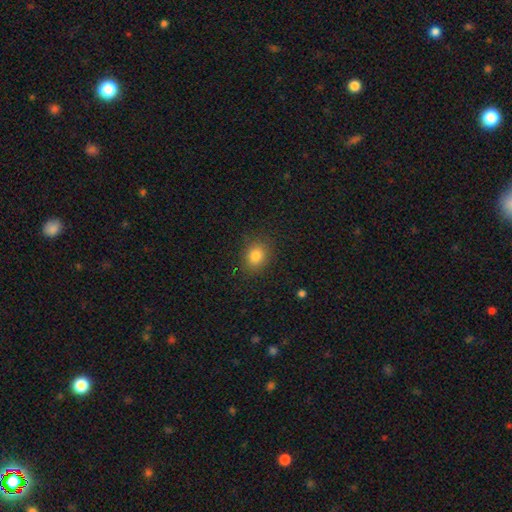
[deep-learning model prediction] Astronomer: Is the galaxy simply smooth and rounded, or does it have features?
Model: smooth — 83%.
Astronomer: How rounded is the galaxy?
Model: round — 61% (runner-up: in between, 38%).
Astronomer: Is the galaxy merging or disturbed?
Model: none — 86%.